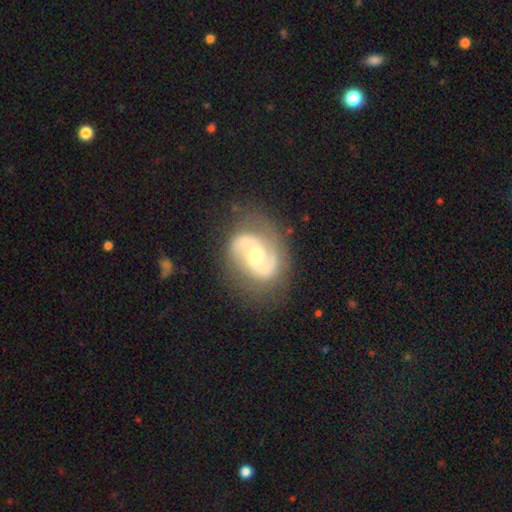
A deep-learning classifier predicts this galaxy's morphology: Smooth or featured? featured or disk (86%)
Edge-on disk? no (98%)
Bar? no (45%)
Spiral arms? yes (96%)
Spiral winding? medium (53%)
Spiral arm count? 2 (90%)
Bulge size? moderate (66%)
Merging? none (73%)